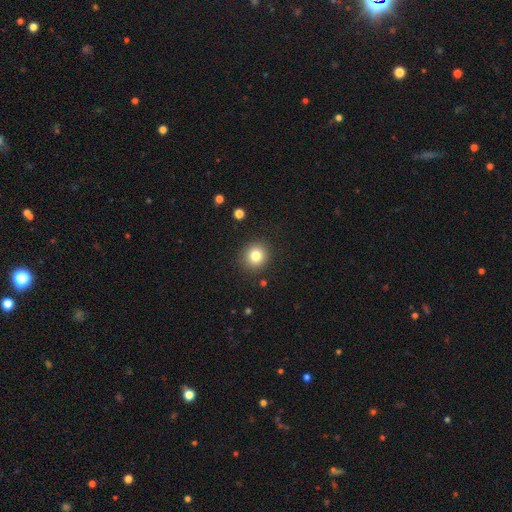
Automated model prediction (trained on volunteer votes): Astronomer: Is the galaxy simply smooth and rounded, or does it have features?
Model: smooth — 81%.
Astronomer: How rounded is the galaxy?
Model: round — 91%.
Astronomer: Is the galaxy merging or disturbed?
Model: none — 90%.